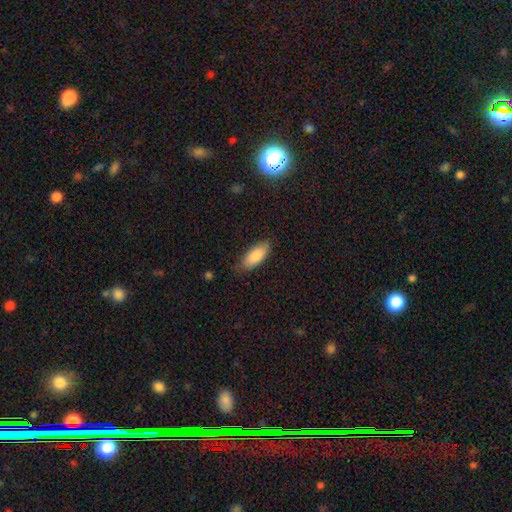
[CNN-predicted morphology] type=smooth (86%); roundness=in between (83%); merging=none (80%).